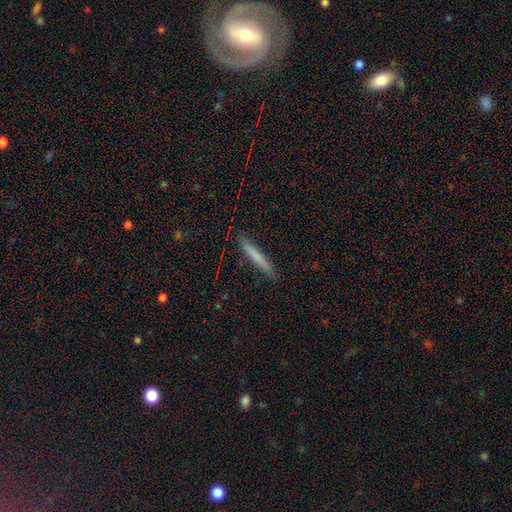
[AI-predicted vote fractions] smooth_or_featured: smooth (p=0.71) [alt: featured or disk p=0.22]
how_rounded: cigar-shaped (p=0.95) [alt: in between p=0.04]
merging: none (p=0.87) [alt: minor disturbance p=0.10]